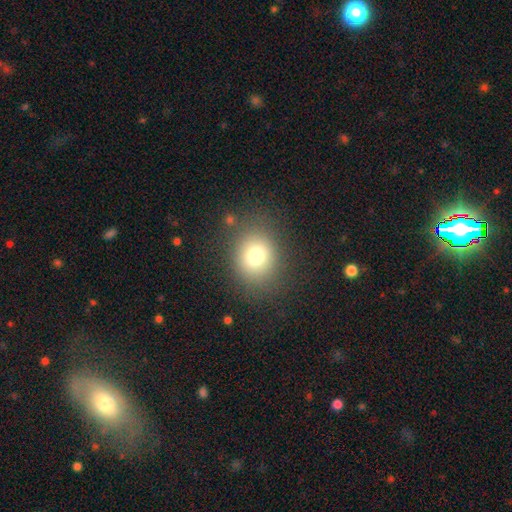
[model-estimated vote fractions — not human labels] Morphology: type=smooth (75%); roundness=round (73%); merging=none (82%).